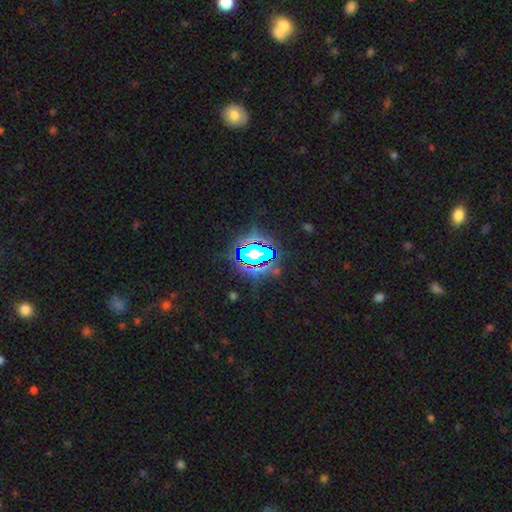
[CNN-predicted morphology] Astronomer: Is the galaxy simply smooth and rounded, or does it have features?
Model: star or artifact — 66%.